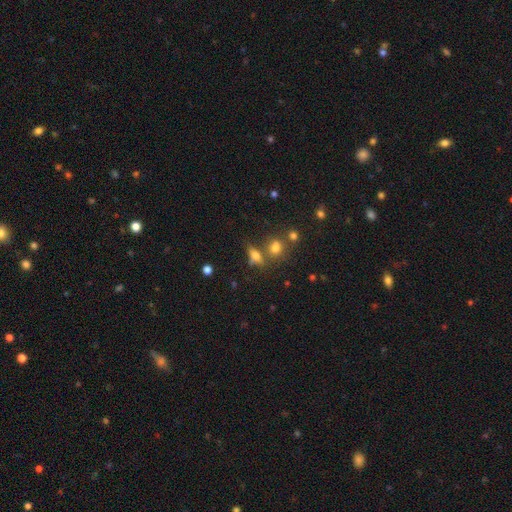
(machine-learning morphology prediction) Overall: smooth (59%; featured or disk 22%). How rounded: in between (57%; cigar-shaped 22%). Merging: none (53%; merger 23%).